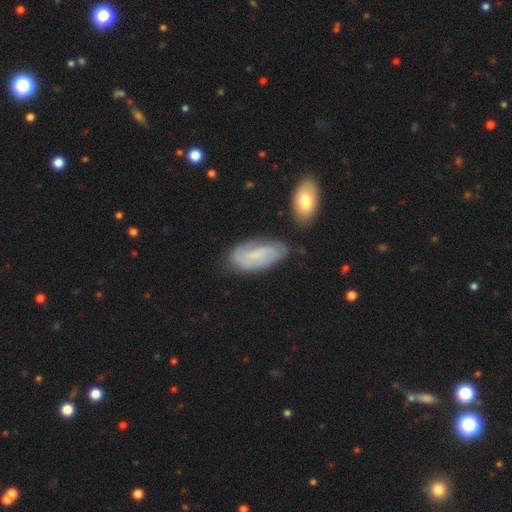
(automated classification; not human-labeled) Morphology: type=featured or disk (47%); merging=none (65%).